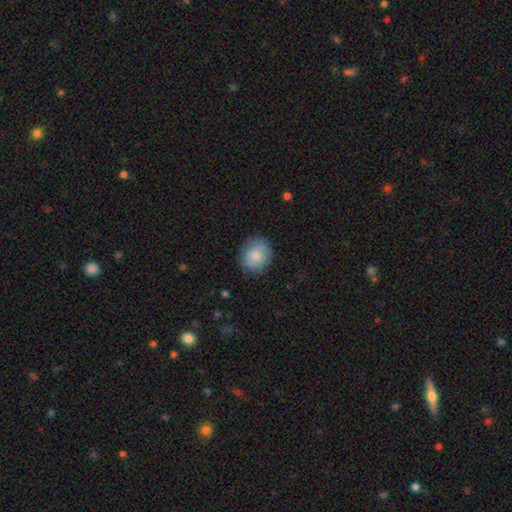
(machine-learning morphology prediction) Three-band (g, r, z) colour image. It shows a smooth galaxy with no disk features (81%) that is round (70%). Merging: none (80%).